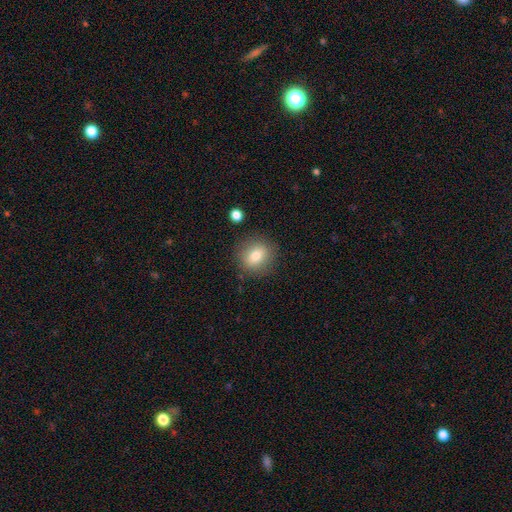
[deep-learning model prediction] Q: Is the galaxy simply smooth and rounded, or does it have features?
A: smooth — 78%.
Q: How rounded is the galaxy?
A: round — 76%.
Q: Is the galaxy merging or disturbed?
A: none — 85%.